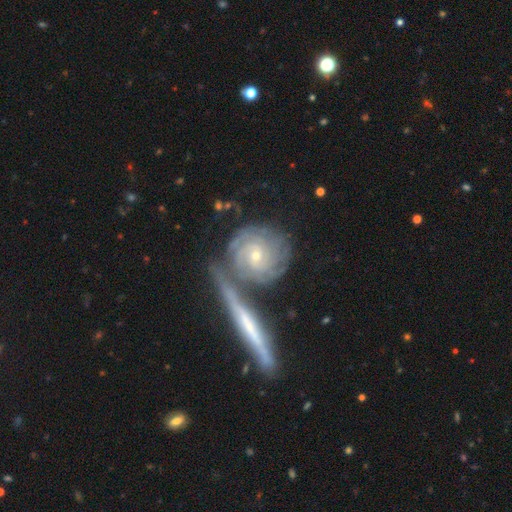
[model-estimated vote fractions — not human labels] Smooth or featured? Predicted: featured or disk (p=0.85). Edge-on disk? Predicted: no (p=0.95). Bar? Predicted: no (p=0.68). Spiral arms? Predicted: yes (p=0.96). Spiral winding? Predicted: tight (p=0.82). Spiral arm count? Predicted: can't tell (p=0.33). Bulge size? Predicted: small (p=0.69). Merging? Predicted: none (p=0.52).